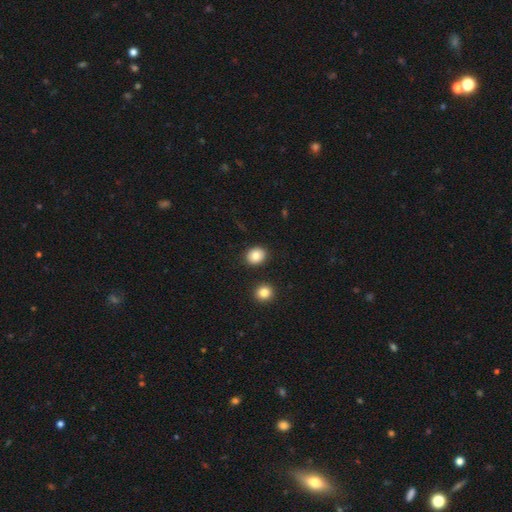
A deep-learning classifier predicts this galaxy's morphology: A smooth galaxy with no disk features (83%) that is round (63%). Merging: none (88%).